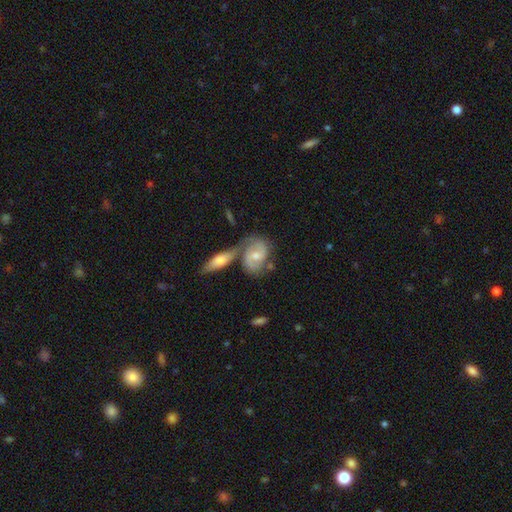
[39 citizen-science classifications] Smooth or featured? 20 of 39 (51%) said featured or disk. Edge-on disk? 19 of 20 (95%) said no. Bar? 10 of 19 (53%) said no. Spiral arms? 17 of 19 (89%) said yes. Spiral winding? 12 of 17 (71%) said medium. Spiral arm count? 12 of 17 (71%) said 2. Bulge size? 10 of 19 (53%) said moderate. Merging? 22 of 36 (61%) said merger.